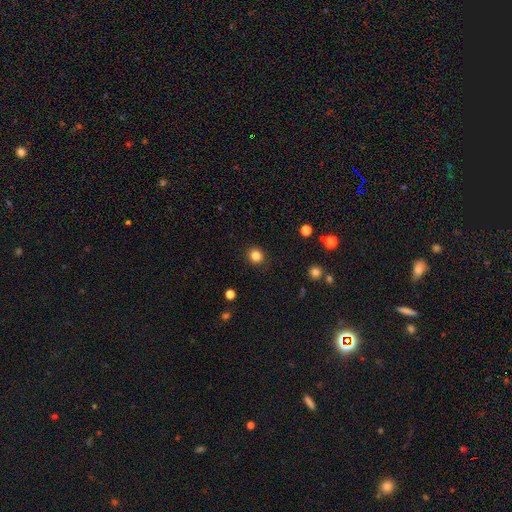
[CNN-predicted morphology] This appears to be a smooth galaxy with no disk features (84%) that is round (87%). Merging: none (91%).